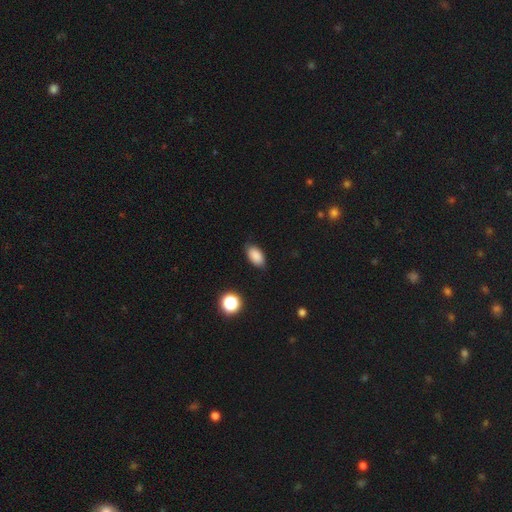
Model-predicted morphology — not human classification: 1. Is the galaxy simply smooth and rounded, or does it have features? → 87% smooth, 9% star or artifact, 4% featured or disk.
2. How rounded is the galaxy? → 92% in between, 5% round, 2% cigar-shaped.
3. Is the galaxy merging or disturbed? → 85% none, 11% minor disturbance, 2% major disturbance, 1% merger.